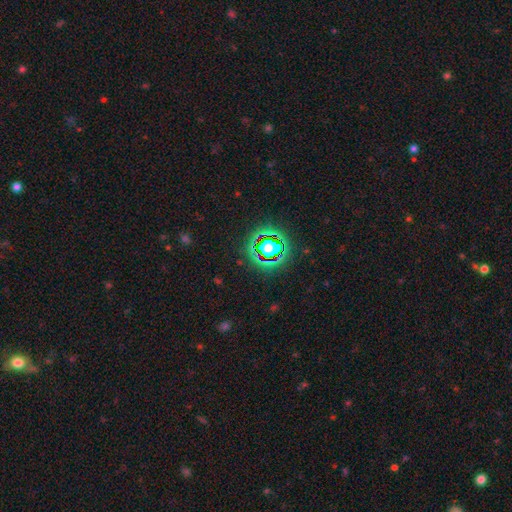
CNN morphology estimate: Q: Smooth or featured?
A: star or artifact (74%); runner-up: smooth (18%)